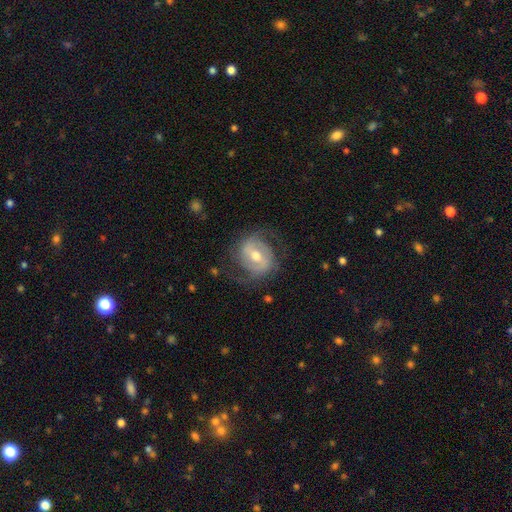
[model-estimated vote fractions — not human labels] A featured or disk galaxy (80%) with a weak bar (49%), 2 (81%) medium (45%) spiral arms (88%) and a moderate central bulge (72%).

Vote fractions:
- Smooth or featured? featured or disk: 80% / smooth: 14% / star or artifact: 5%
- Edge-on disk? no: 97% / yes: 3%
- Bar? weak: 49% / strong: 29% / no: 22%
- Spiral arms? yes: 88% / no: 12%
- Spiral winding? medium: 45% / tight: 33% / loose: 22%
- Spiral arm count? 2: 81% / can't tell: 10% / 3: 4% / 1: 3% / 4: 1% / more than 4: 1%
- Bulge size? moderate: 72% / small: 20% / large: 5% / none: 1% / dominant: 1%
- Merging? none: 70% / minor disturbance: 16% / major disturbance: 12% / merger: 1%